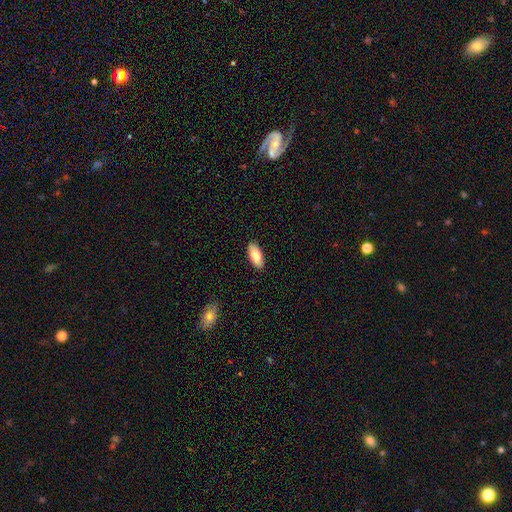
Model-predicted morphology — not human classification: Q: Smooth or featured?
A: smooth (85%); runner-up: featured or disk (10%)
Q: How rounded?
A: in between (87%); runner-up: cigar-shaped (11%)
Q: Merging?
A: none (89%); runner-up: minor disturbance (8%)